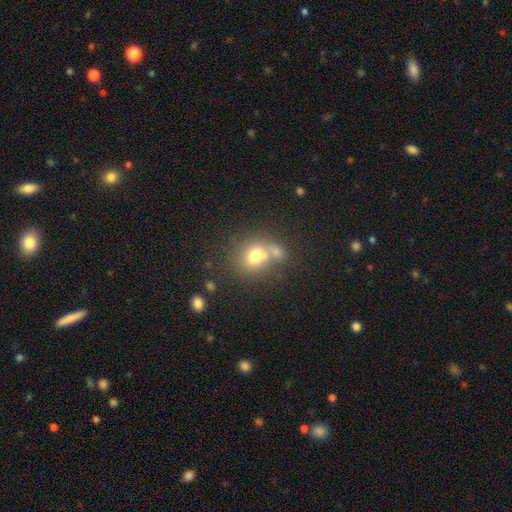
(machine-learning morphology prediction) Smooth or featured: smooth — 71% (featured or disk — 17%)
How rounded: round — 67% (in between — 32%)
Merging: merger — 42% (none — 41%)